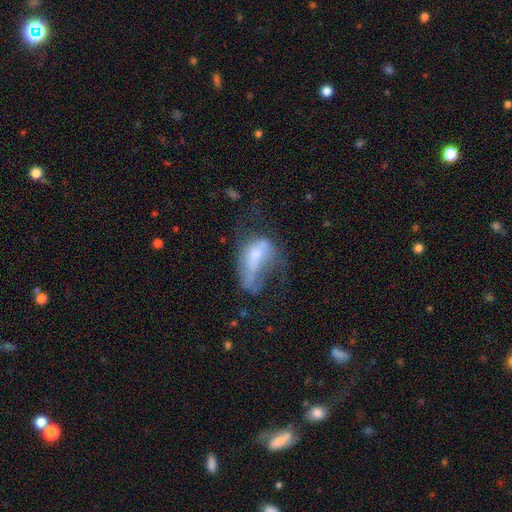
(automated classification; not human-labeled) Smooth or featured? Predicted: smooth (p=0.45, tied with featured or disk). Merging? Predicted: major disturbance (p=0.51).